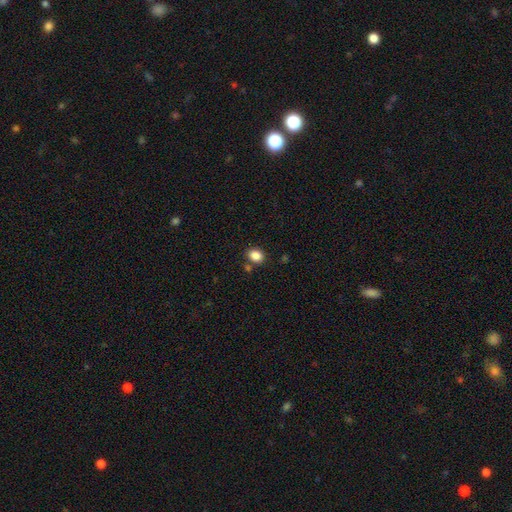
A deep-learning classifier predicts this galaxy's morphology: Smooth or featured?
  - smooth: 86% *
  - star or artifact: 10%
  - featured or disk: 4%
How rounded?
  - in between: 55% *
  - round: 44%
  - cigar-shaped: 1%
Merging?
  - none: 78% *
  - minor disturbance: 11%
  - merger: 8%
  - major disturbance: 3%